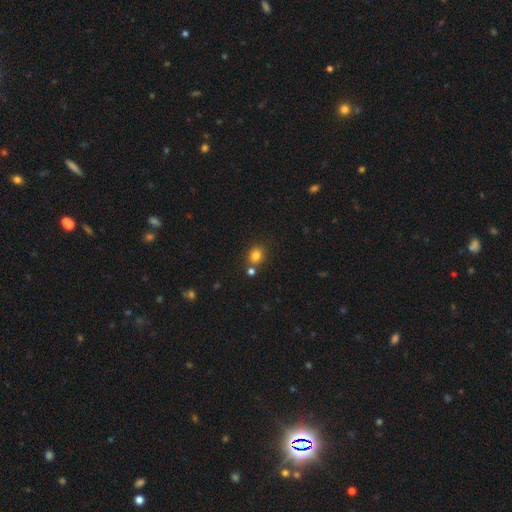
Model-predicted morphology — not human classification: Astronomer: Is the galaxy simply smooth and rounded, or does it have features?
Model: smooth — 81%.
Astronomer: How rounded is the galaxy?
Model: round — 71%.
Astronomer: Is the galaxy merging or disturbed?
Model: none — 73%.